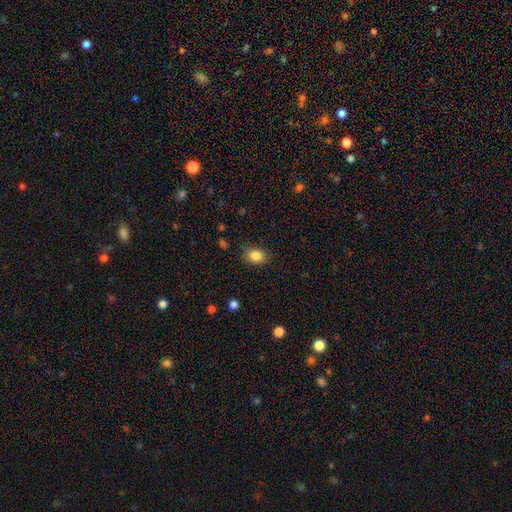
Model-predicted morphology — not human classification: type=smooth (85%); roundness=in between (58%); merging=none (83%).